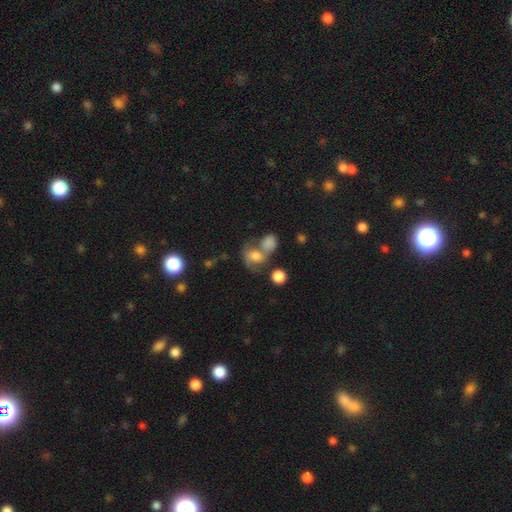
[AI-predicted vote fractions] Smooth or featured: smooth — 51% (featured or disk — 30%)
How rounded: round — 60% (in between — 38%)
Merging: merger — 38% (tied with none — 38%)